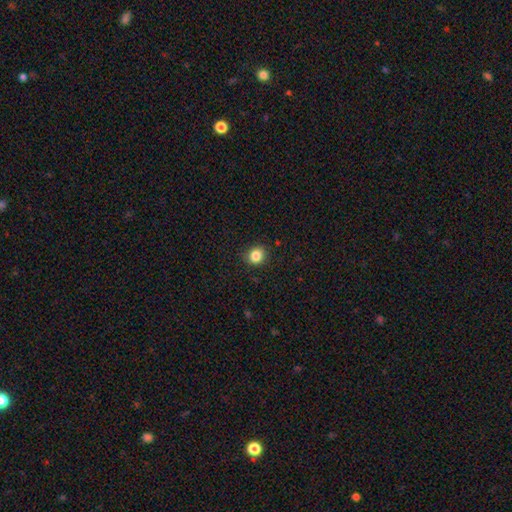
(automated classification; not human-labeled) Smooth or featured?
  - smooth: 85% *
  - star or artifact: 11%
  - featured or disk: 5%
How rounded?
  - round: 82% *
  - in between: 17%
  - cigar-shaped: 1%
Merging?
  - none: 89% *
  - minor disturbance: 8%
  - major disturbance: 2%
  - merger: 1%